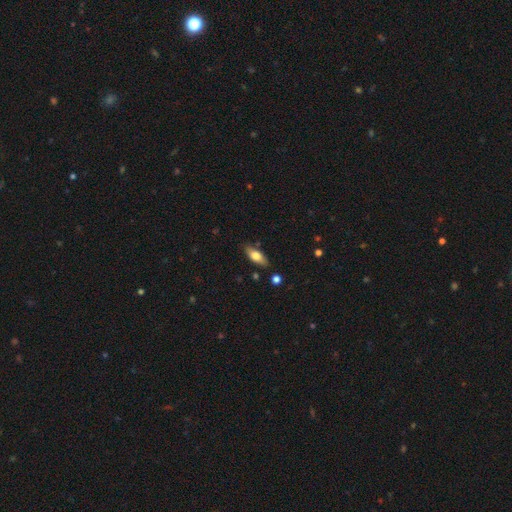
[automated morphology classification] Smooth or featured? Predicted: smooth (p=0.71). How rounded? Predicted: in between (p=0.75). Merging? Predicted: none (p=0.81).